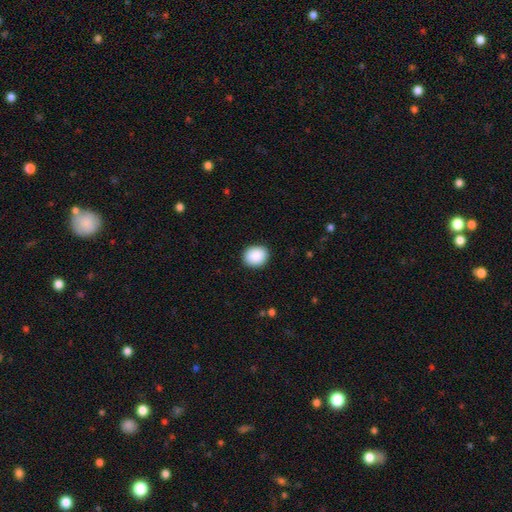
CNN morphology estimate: Overall: smooth (90%). How rounded: round (65%; in between 34%). Merging: none (90%).